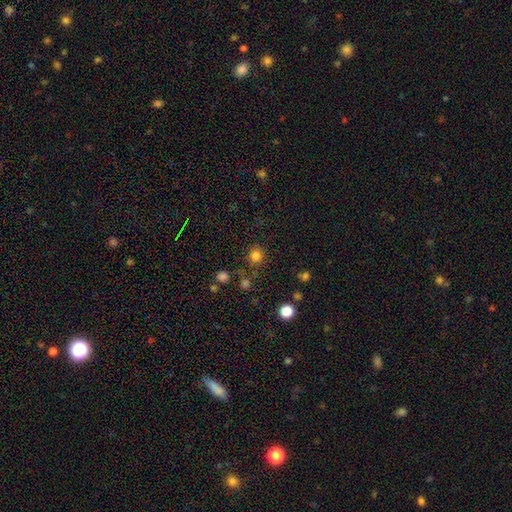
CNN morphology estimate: type=smooth (80%); roundness=round (91%); merging=none (82%).